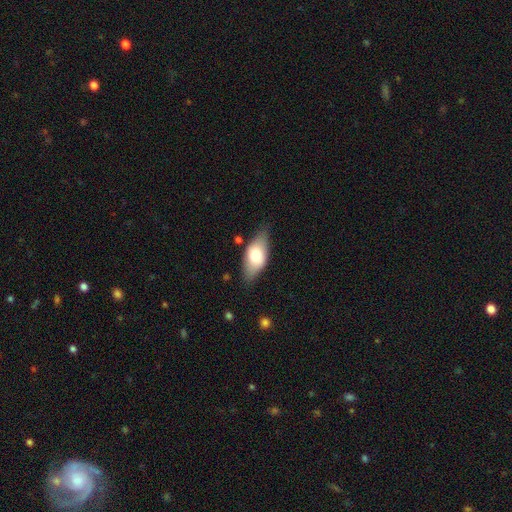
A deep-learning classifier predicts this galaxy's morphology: Q: Smooth or featured?
A: smooth (71%); runner-up: featured or disk (23%)
Q: How rounded?
A: in between (88%); runner-up: cigar-shaped (9%)
Q: Merging?
A: none (72%); runner-up: minor disturbance (21%)